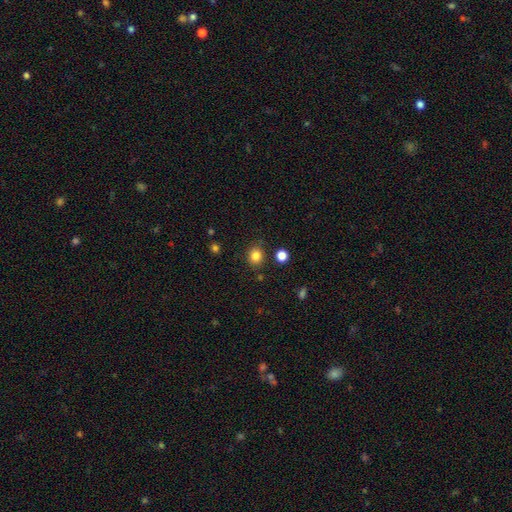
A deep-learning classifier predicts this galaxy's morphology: This appears to be a smooth galaxy with no disk features (83%) that is round (76%). Merging: none (83%).